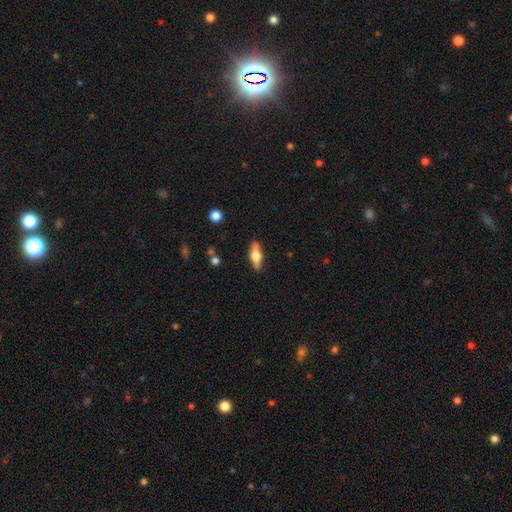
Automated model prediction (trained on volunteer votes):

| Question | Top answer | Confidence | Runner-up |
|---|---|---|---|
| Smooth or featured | smooth | 49% | featured or disk (45%) |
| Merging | none | 85% | minor disturbance (11%) |